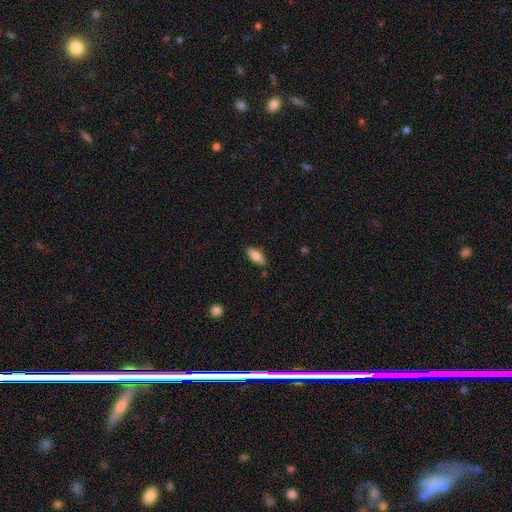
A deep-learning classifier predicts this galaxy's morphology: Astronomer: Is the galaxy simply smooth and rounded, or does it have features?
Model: smooth — 78%.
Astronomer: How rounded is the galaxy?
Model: in between — 71%.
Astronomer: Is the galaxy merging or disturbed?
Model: none — 86%.